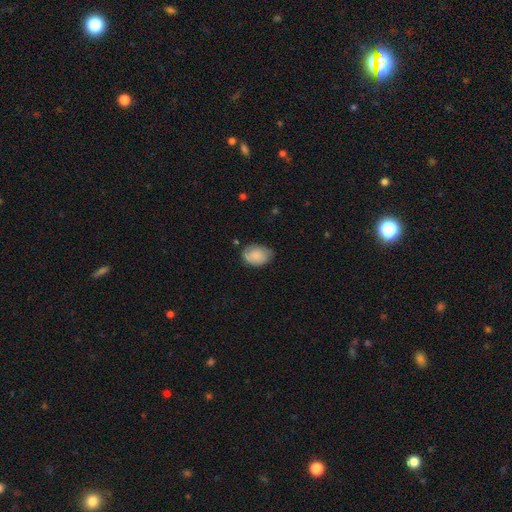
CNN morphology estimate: A smooth galaxy with no disk features (78%) that is in between round and cigar-shaped (77%). Merging: none (63%).